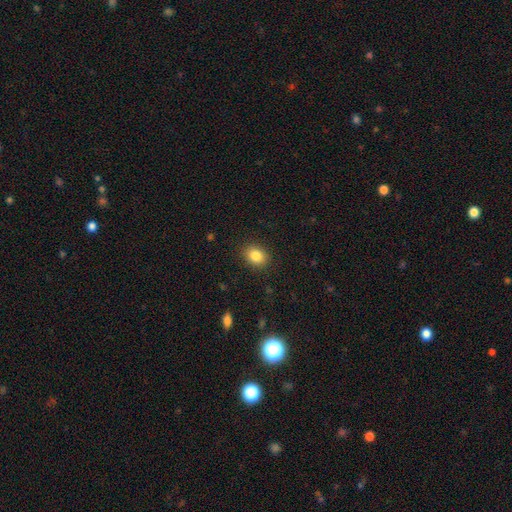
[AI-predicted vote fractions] smooth-or-featured: smooth: 84% | star or artifact: 10% | featured or disk: 6%
  how-rounded: in between: 58% | round: 41% | cigar-shaped: 1%
  merging: none: 89% | minor disturbance: 8% | major disturbance: 2% | merger: 1%